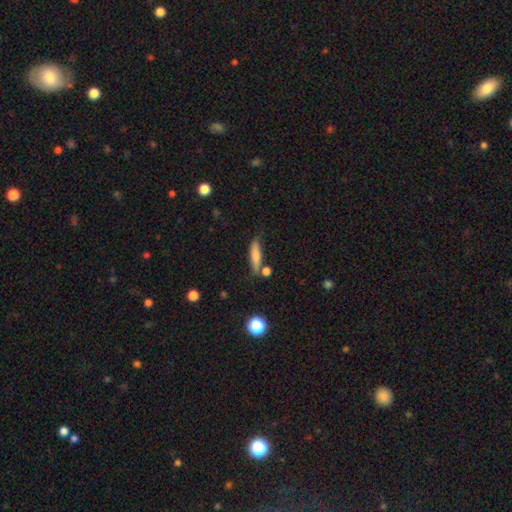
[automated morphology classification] smooth-or-featured: smooth: 74% | featured or disk: 18% | star or artifact: 8%
  how-rounded: cigar-shaped: 72% | in between: 25% | round: 3%
  merging: none: 67% | minor disturbance: 18% | merger: 10% | major disturbance: 5%